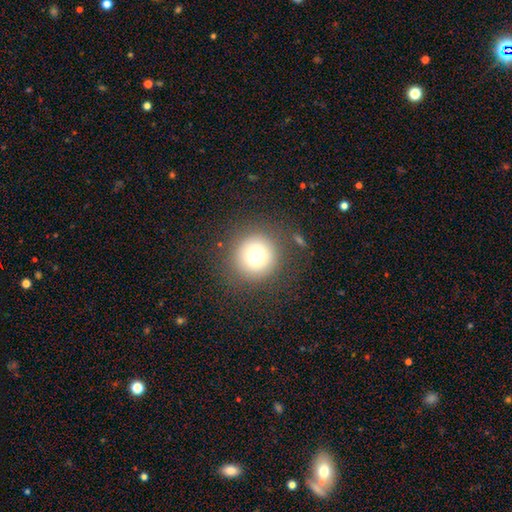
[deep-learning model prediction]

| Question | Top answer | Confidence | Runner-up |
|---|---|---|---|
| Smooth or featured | smooth | 77% | star or artifact (13%) |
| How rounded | round | 94% | in between (5%) |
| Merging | none | 86% | minor disturbance (8%) |